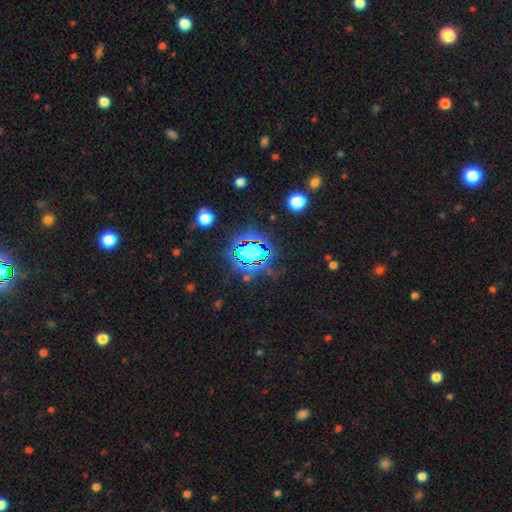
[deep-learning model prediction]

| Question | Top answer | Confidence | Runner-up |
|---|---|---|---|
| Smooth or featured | star or artifact | 81% | smooth (12%) |